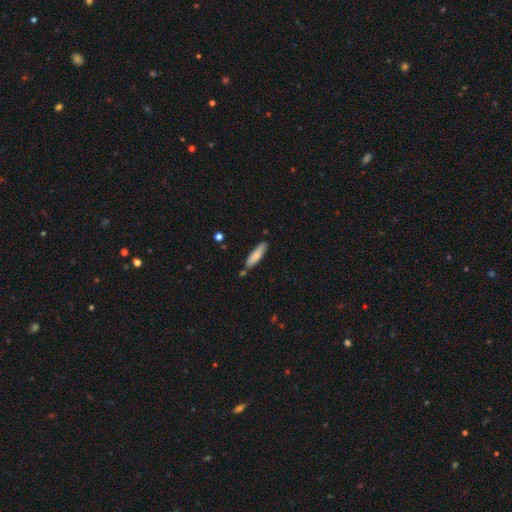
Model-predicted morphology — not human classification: A smooth galaxy with no disk features (79%) that is cigar-shaped (74%).

Vote fractions:
- Smooth or featured? smooth: 79% / featured or disk: 15% / star or artifact: 6%
- How rounded? cigar-shaped: 74% / in between: 24% / round: 1%
- Merging? none: 78% / minor disturbance: 14% / merger: 5% / major disturbance: 2%